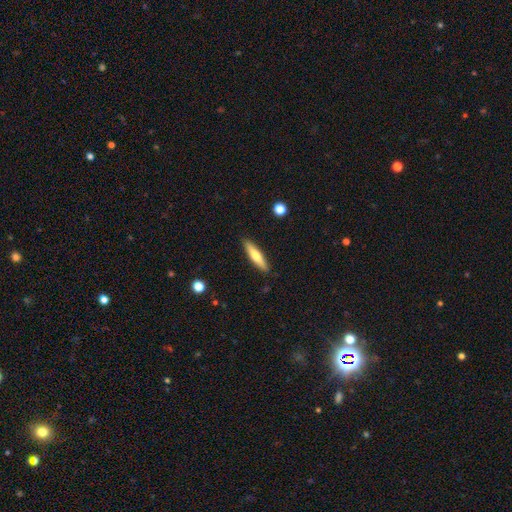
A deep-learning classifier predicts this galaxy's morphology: A smooth galaxy with no disk features (62%) that is cigar-shaped (82%). Merging: none (88%).